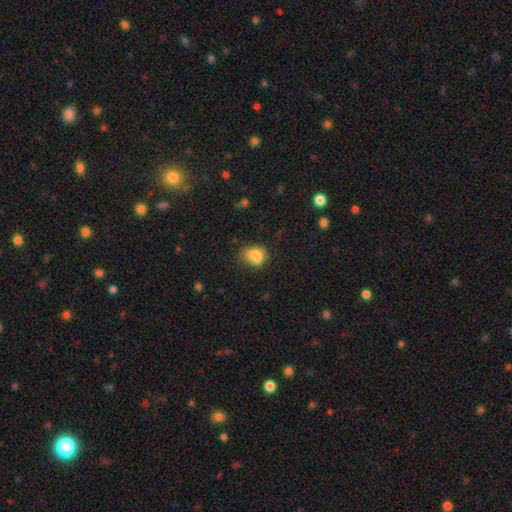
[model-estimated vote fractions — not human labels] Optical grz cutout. It shows a smooth galaxy with no disk features (84%) that is in between round and cigar-shaped (51%). Merging: none (59%).